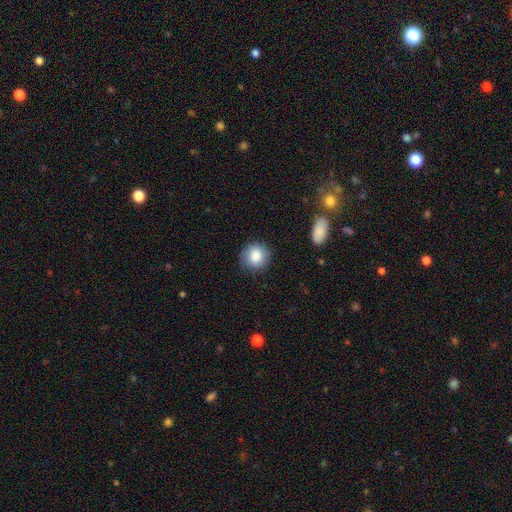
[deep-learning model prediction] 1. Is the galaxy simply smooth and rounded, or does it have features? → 85% smooth, 8% star or artifact, 7% featured or disk.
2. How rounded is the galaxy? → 87% round, 12% in between, 1% cigar-shaped.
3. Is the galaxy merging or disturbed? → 81% none, 14% minor disturbance, 3% major disturbance, 1% merger.